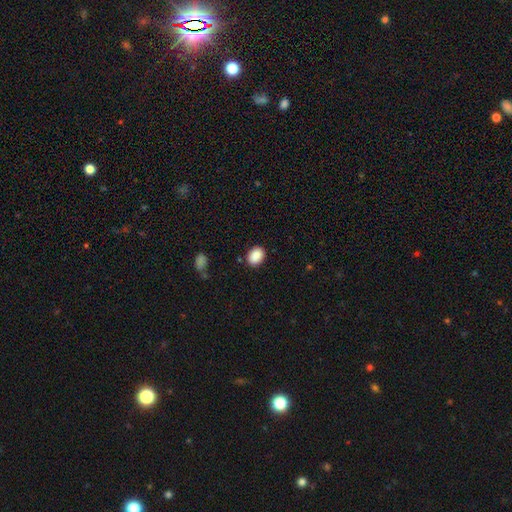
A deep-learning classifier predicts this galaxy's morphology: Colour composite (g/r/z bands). It shows a smooth galaxy with no disk features (89%) that is in between round and cigar-shaped (68%). Merging: none (87%).